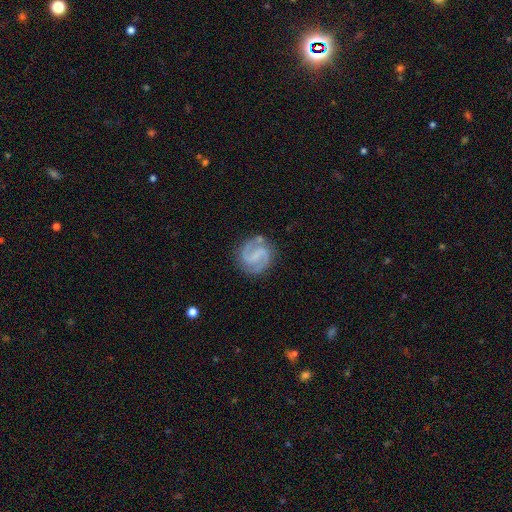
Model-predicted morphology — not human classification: Smooth or featured? featured or disk (87%)
Edge-on disk? no (98%)
Bar? weak (44%)
Spiral arms? yes (97%)
Spiral winding? medium (56%)
Spiral arm count? 2 (93%)
Bulge size? none (53%)
Merging? none (81%)